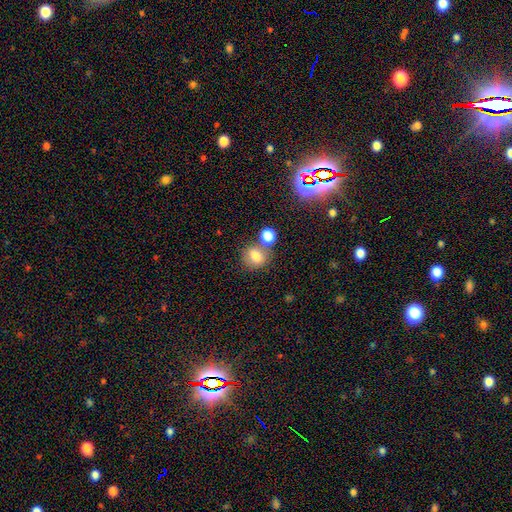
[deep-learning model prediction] Smooth or featured: smooth — 79% (star or artifact — 12%)
How rounded: round — 60% (in between — 39%)
Merging: none — 53% (merger — 30%)